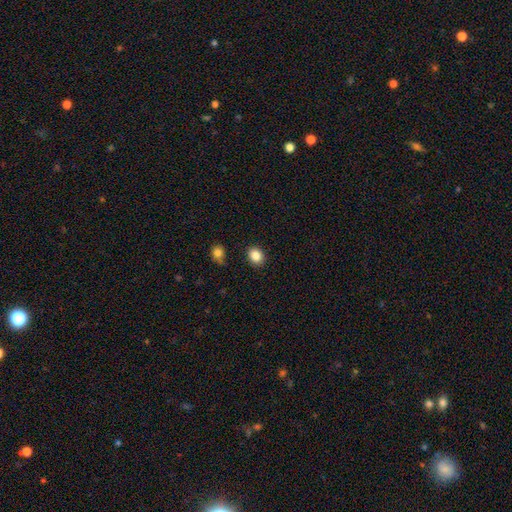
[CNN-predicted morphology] The model was most divided on "how rounded": round: 53%, in between: 46%, cigar-shaped: 1%. More confident: merging — none (86%); smooth or featured — smooth (85%).